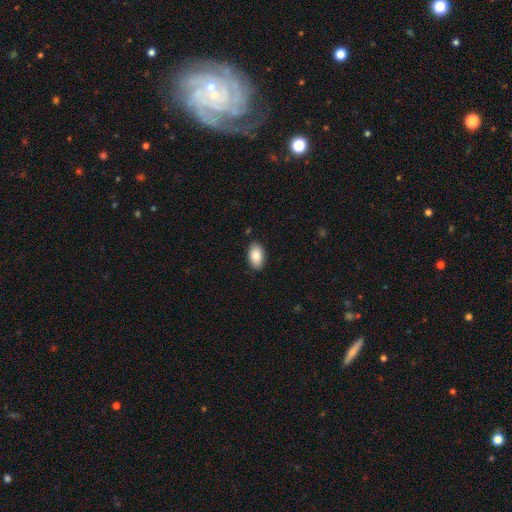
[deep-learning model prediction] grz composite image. It shows a smooth galaxy with no disk features (83%) that is in between round and cigar-shaped (93%). Merging: none (87%).